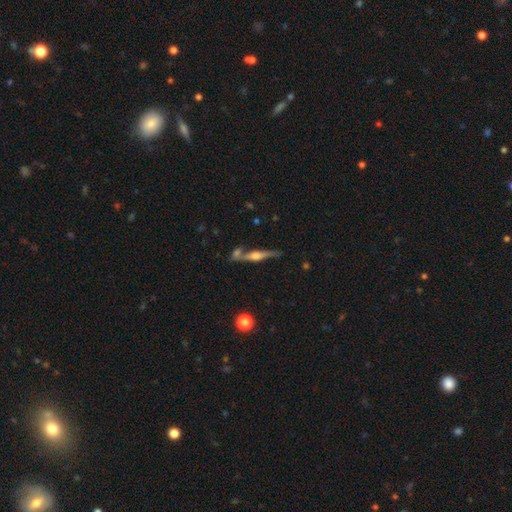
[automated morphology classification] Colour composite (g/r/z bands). It shows a featured or disk galaxy (72%) viewed edge-on (95%) with a rounded central bulge (83%). Merging: none (65%).